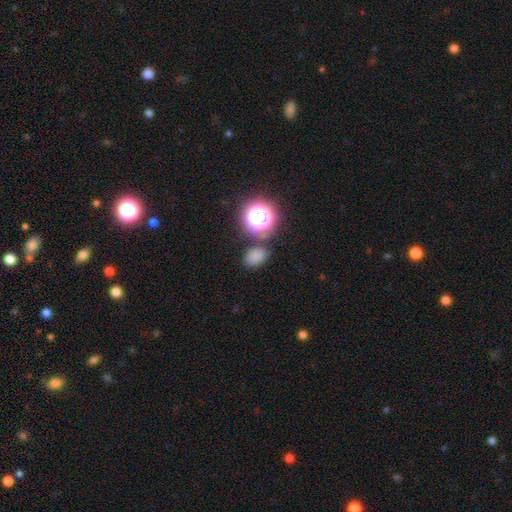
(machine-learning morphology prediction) type=smooth (75%); roundness=in between (61%); merging=none (72%).